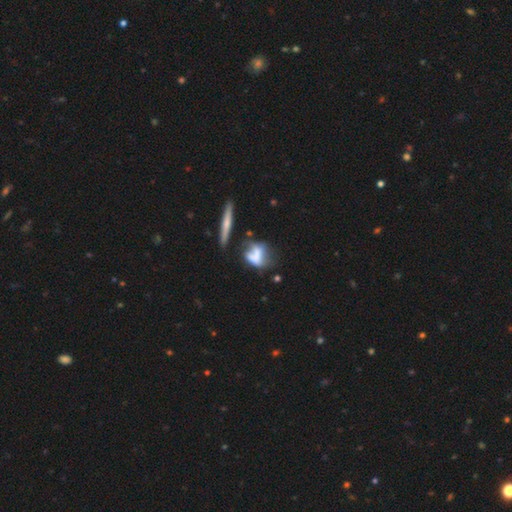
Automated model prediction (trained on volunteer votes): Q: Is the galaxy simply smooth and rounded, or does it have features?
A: smooth — 49%.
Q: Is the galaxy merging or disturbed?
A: none — 32%.